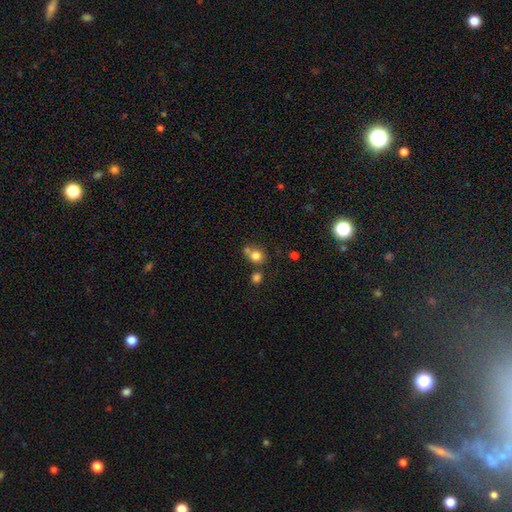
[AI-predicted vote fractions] A smooth galaxy with no disk features (79%) that is round (76%). Merging: none (52%).